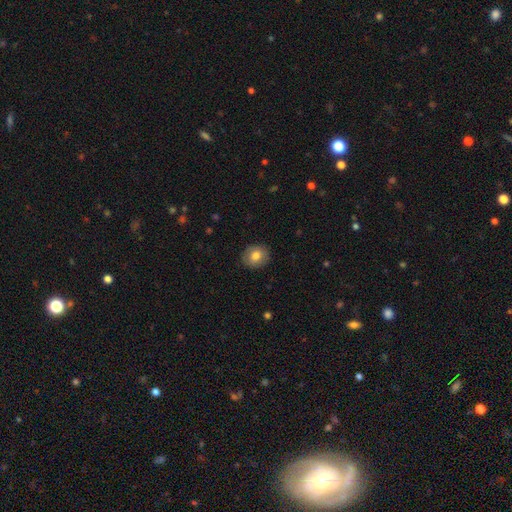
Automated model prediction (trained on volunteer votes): A smooth galaxy with no disk features (78%) that is round (72%).

Vote fractions:
- Smooth or featured? smooth: 78% / featured or disk: 14% / star or artifact: 8%
- How rounded? round: 72% / in between: 27% / cigar-shaped: 1%
- Merging? none: 90% / minor disturbance: 7% / major disturbance: 2% / merger: 1%